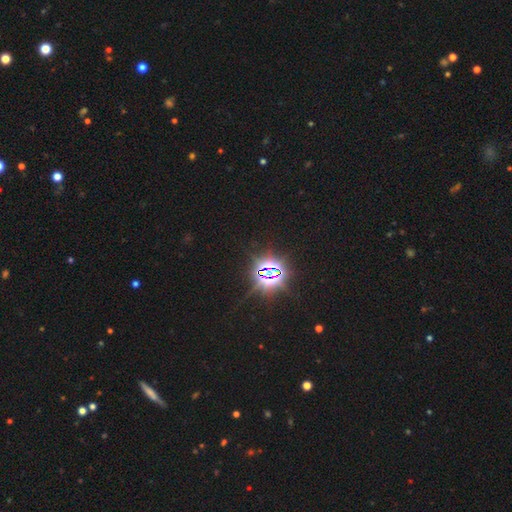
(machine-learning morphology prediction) star or artifact 86%, smooth 9%, featured or disk 6%.